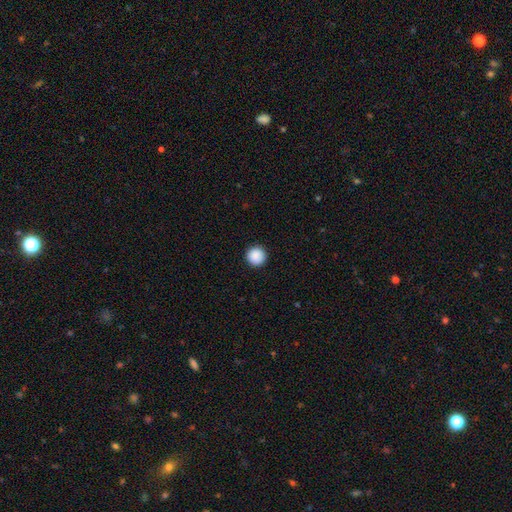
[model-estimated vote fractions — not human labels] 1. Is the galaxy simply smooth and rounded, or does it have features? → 89% smooth, 8% star or artifact, 2% featured or disk.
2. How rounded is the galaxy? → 97% round, 2% in between, 1% cigar-shaped.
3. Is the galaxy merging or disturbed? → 93% none, 5% minor disturbance, 2% major disturbance, 1% merger.